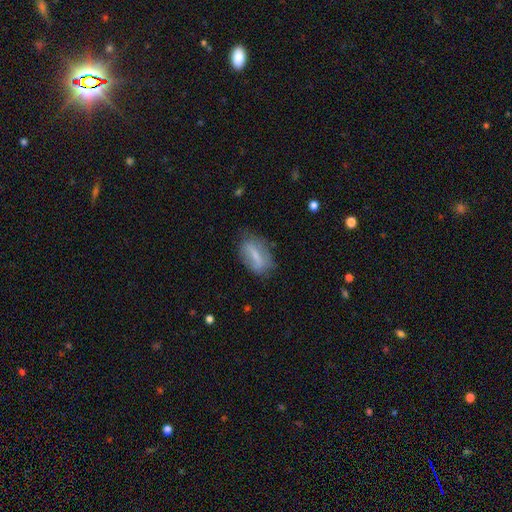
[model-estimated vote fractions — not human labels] smooth 54%, featured or disk 37%, star or artifact 8%. Down the decision tree: how rounded — in between (80%); merging — none (69%).